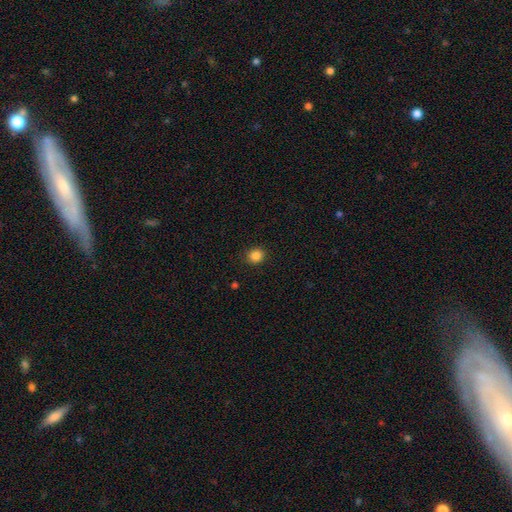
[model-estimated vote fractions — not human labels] Morphology: type=smooth (86%); roundness=round (79%); merging=none (89%).